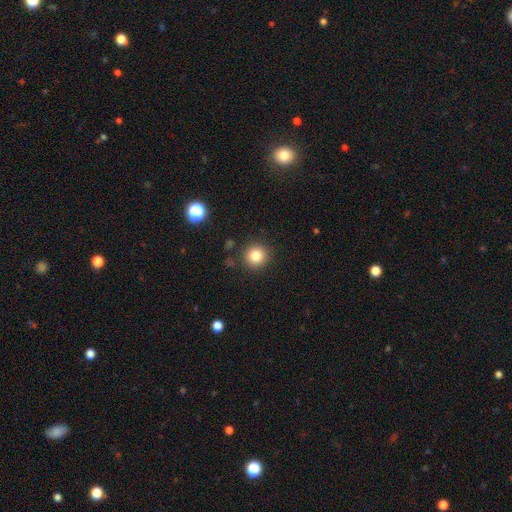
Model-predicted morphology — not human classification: type=smooth (82%); roundness=round (93%); merging=none (88%).